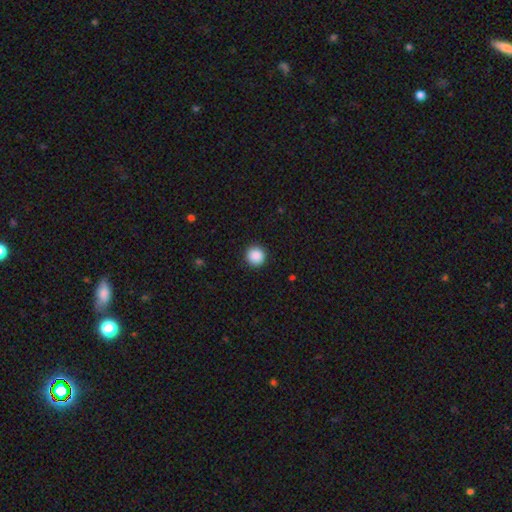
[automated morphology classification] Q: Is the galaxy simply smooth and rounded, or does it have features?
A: smooth — 89%.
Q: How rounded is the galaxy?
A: round — 95%.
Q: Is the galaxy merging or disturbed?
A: none — 92%.